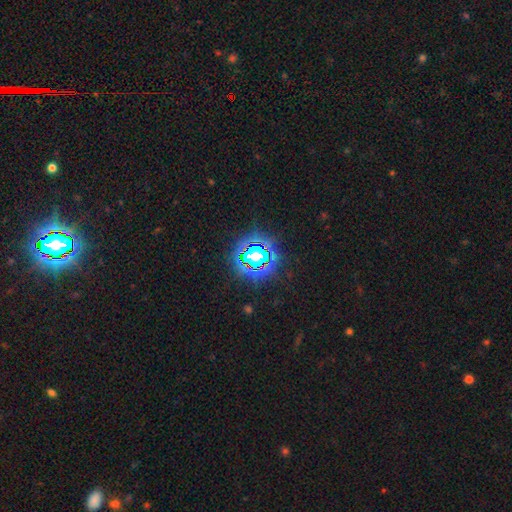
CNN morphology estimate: A star or artifact, not a galaxy (78%).

Vote fractions:
- Smooth or featured? star or artifact: 78% / smooth: 14% / featured or disk: 9%